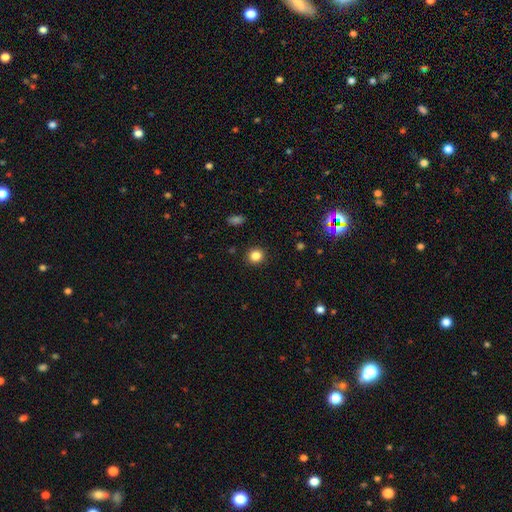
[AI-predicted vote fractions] A smooth galaxy with no disk features (84%) that is round (89%). Merging: none (92%).